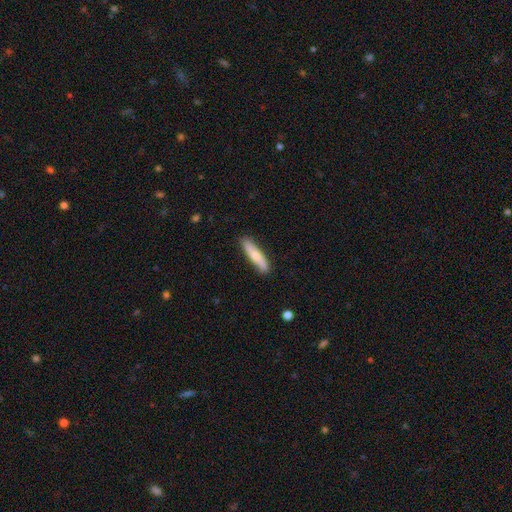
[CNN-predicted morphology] smooth 63%, featured or disk 32%, star or artifact 5%. Down the decision tree: how rounded — cigar-shaped (81%); merging — none (84%).